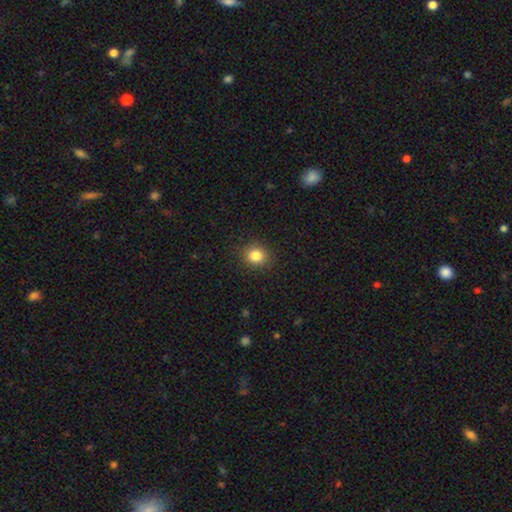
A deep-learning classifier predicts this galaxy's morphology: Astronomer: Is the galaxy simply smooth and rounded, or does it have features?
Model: smooth — 84%.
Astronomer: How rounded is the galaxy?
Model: round — 78%.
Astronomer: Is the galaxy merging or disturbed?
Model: none — 89%.